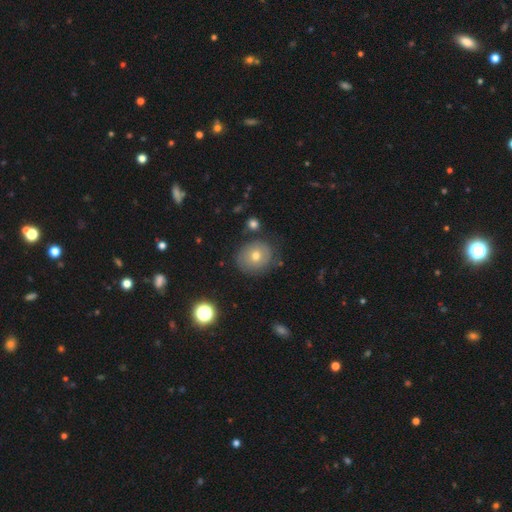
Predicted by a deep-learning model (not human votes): Overall: smooth (64%; featured or disk 25%). How rounded: round (77%). Merging: none (78%).